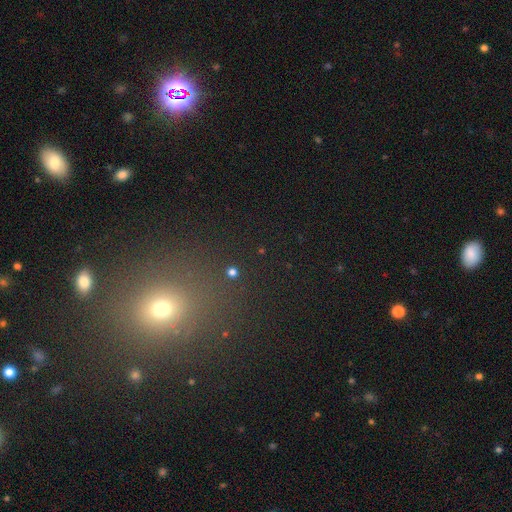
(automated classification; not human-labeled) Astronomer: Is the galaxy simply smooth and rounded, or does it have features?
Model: smooth — 49% (runner-up: star or artifact, 43%).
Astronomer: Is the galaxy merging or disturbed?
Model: none — 86%.